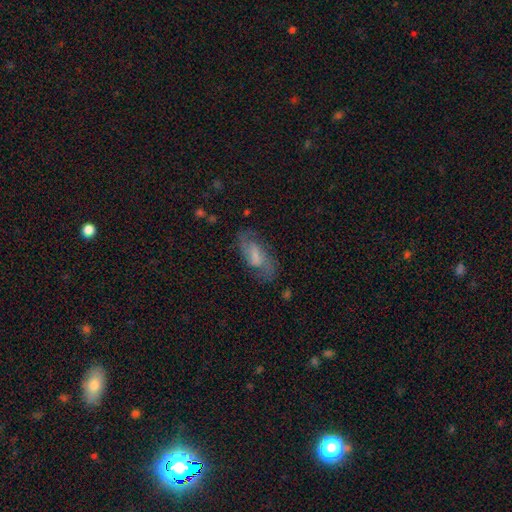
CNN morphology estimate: type=featured or disk (58%); edge-on=no (91%); bar=weak (50%); spiral arms=yes (84%); bulge=small (29%, tied with moderate); merging=none (70%).